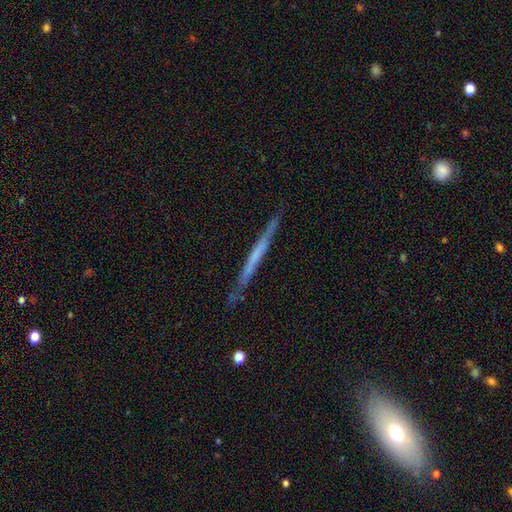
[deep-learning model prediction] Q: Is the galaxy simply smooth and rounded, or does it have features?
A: featured or disk — 56%.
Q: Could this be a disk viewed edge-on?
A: yes — 96%.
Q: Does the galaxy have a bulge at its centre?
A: none — 86%.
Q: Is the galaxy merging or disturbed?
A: none — 85%.